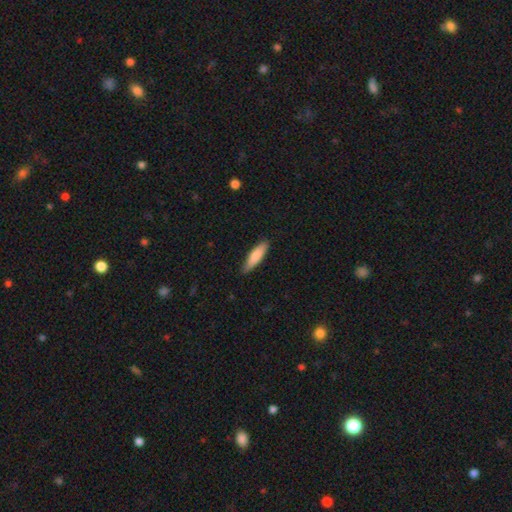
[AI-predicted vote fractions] smooth-or-featured: smooth: 82% | featured or disk: 13% | star or artifact: 5%
  how-rounded: cigar-shaped: 66% | in between: 32% | round: 1%
  merging: none: 85% | minor disturbance: 12% | major disturbance: 2% | merger: 1%